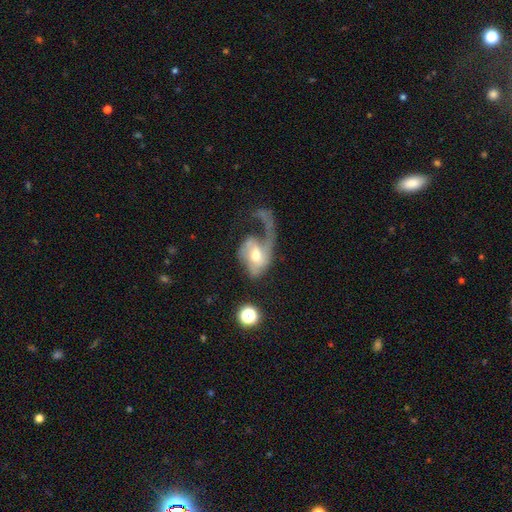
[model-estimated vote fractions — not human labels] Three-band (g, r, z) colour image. It shows a featured or disk galaxy (67%) with no bar (59%), 1 (72%) loose (68%) spiral arms (80%) and a moderate central bulge (69%). Merging: major disturbance (63%).